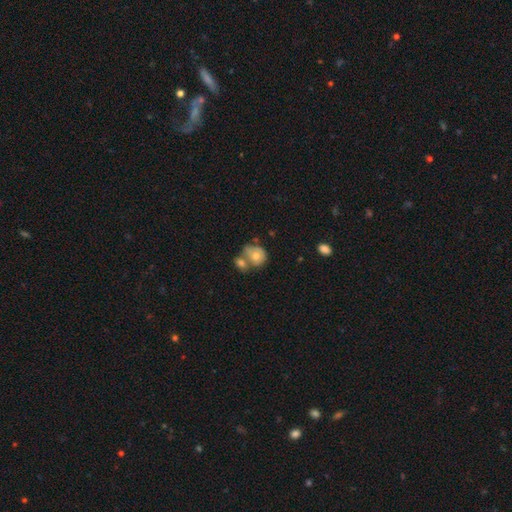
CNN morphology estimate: Q: Smooth or featured?
A: smooth (67%); runner-up: featured or disk (25%)
Q: How rounded?
A: round (70%); runner-up: in between (29%)
Q: Merging?
A: merger (48%); runner-up: none (32%)